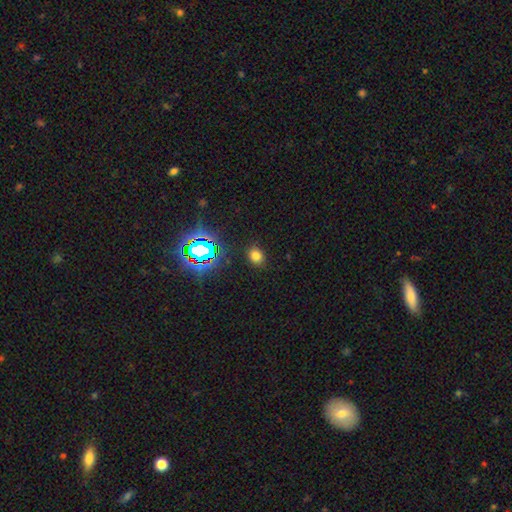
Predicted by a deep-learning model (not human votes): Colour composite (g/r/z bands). It shows a smooth galaxy with no disk features (69%) that is round (52%). Merging: none (85%).